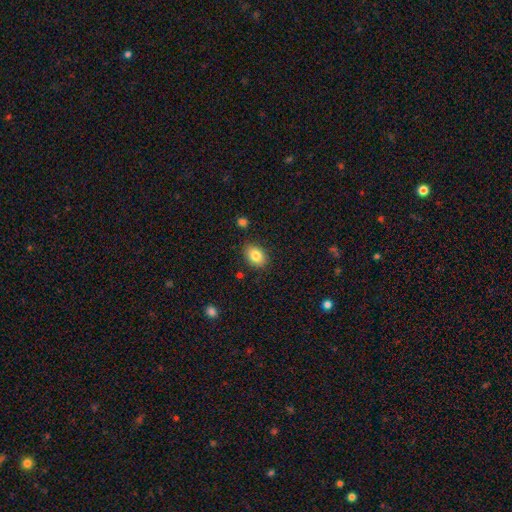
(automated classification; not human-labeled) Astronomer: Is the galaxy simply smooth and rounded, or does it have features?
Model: smooth — 83%.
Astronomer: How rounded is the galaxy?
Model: in between — 74%.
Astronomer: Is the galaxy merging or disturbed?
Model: none — 86%.